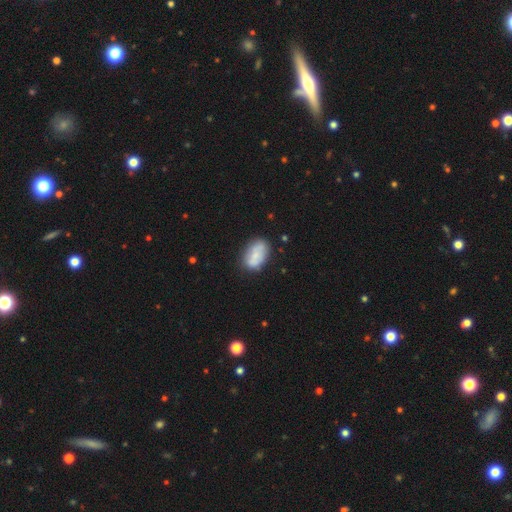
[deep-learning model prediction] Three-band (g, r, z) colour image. It shows a smooth galaxy with no disk features (67%) that is in between round and cigar-shaped (90%). Merging: none (63%).